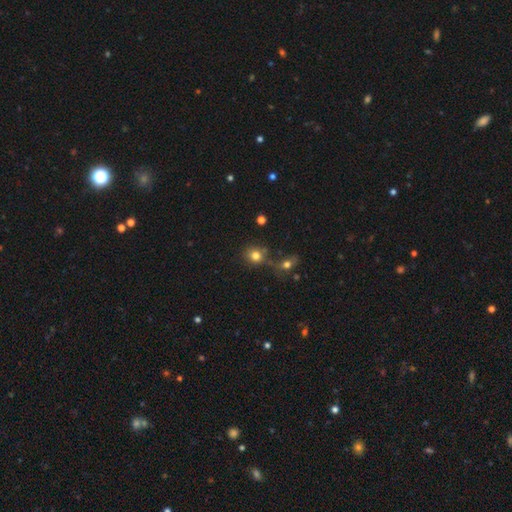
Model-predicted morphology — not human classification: A smooth galaxy with no disk features (79%) that is round (82%).

Vote fractions:
- Smooth or featured? smooth: 79% / star or artifact: 14% / featured or disk: 8%
- How rounded? round: 82% / in between: 17% / cigar-shaped: 1%
- Merging? none: 60% / merger: 23% / minor disturbance: 12% / major disturbance: 5%